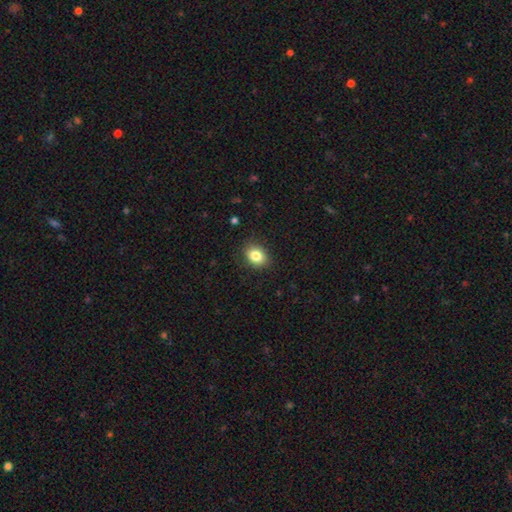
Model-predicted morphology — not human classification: smooth 83%, star or artifact 10%, featured or disk 7%. Down the decision tree: how rounded — in between (58%); merging — none (87%).